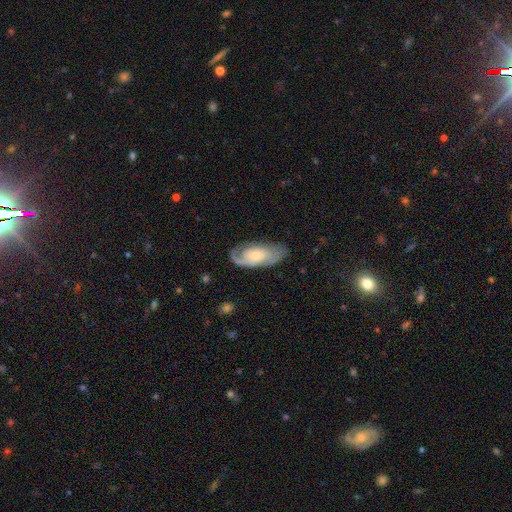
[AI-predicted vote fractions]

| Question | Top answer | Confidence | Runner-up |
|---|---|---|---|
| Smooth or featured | featured or disk | 66% | smooth (29%) |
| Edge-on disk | no | 92% | yes (8%) |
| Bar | no | 73% | weak (23%) |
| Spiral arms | yes | 86% | no (14%) |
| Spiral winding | tight | 45% | medium (37%) |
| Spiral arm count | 1 | 37% | 2 (36%) |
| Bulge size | small | 53% | moderate (35%) |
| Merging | none | 62% | minor disturbance (23%) |